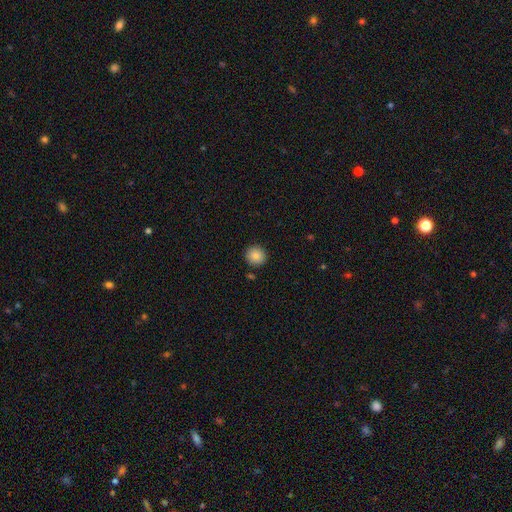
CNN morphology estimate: The model was most divided on "smooth or featured": smooth: 85%, star or artifact: 9%, featured or disk: 6%. More confident: how rounded — round (92%); merging — none (90%).